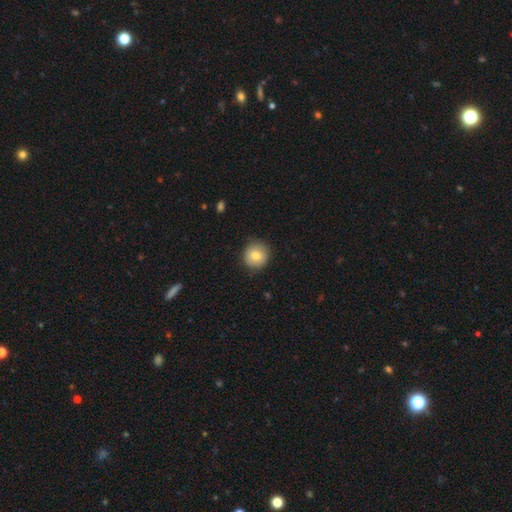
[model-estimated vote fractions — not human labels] A smooth galaxy with no disk features (79%) that is round (91%). Merging: none (83%).